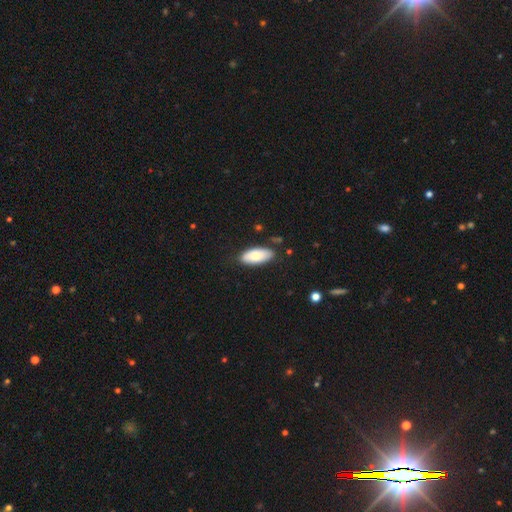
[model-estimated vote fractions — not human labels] Smooth or featured? smooth (79%)
How rounded? in between (88%)
Merging? none (82%)